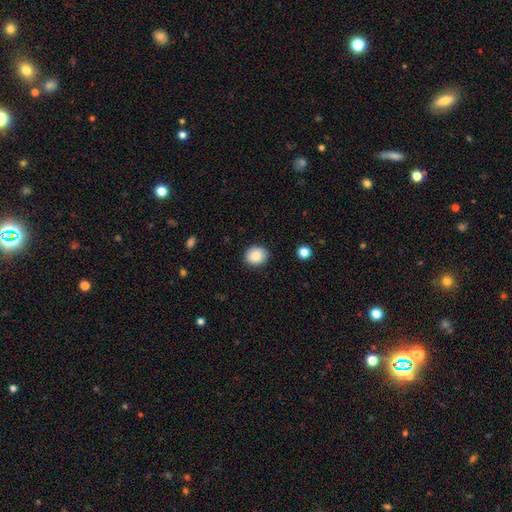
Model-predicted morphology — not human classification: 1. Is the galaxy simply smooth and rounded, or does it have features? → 87% smooth, 8% star or artifact, 5% featured or disk.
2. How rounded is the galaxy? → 73% round, 26% in between, 1% cigar-shaped.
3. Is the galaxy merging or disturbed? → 89% none, 8% minor disturbance, 2% major disturbance, 1% merger.